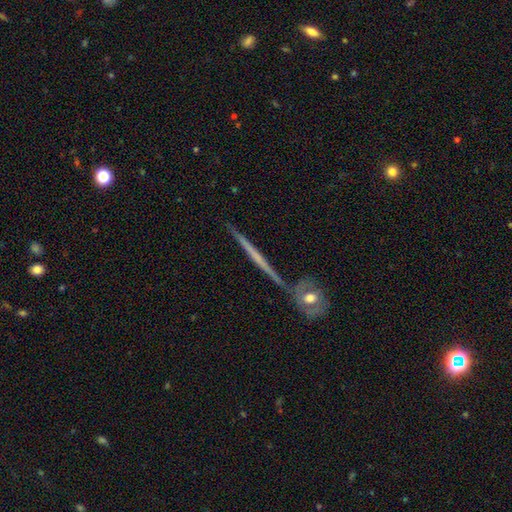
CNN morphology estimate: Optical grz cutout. It shows a featured or disk galaxy (68%) viewed edge-on (97%) with no central bulge (80%). Merging: none (84%).